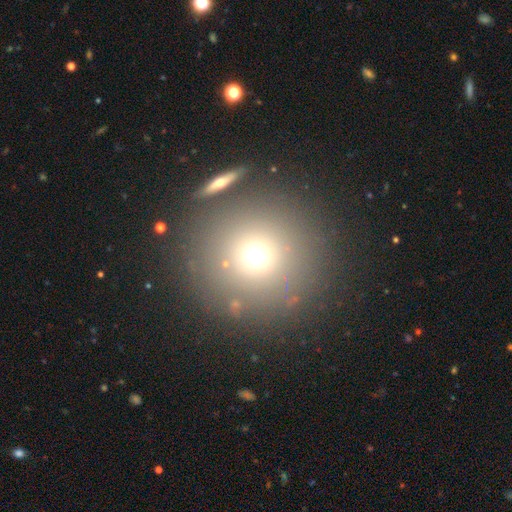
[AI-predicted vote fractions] A smooth galaxy with no disk features (67%) that is round (95%). Merging: none (81%).